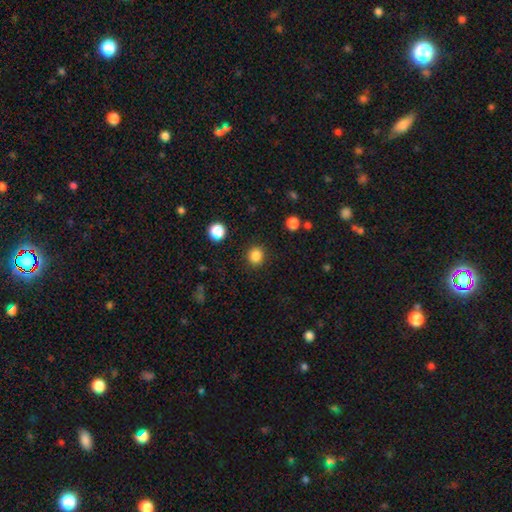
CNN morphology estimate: smooth_or_featured: smooth (p=0.85) [alt: star or artifact p=0.11]
how_rounded: round (p=0.88) [alt: in between p=0.11]
merging: none (p=0.90) [alt: minor disturbance p=0.06]